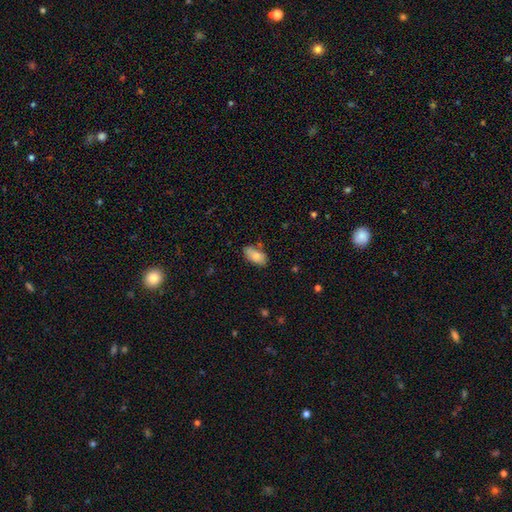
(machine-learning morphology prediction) smooth-or-featured: smooth: 81% | featured or disk: 12% | star or artifact: 7%
  how-rounded: in between: 93% | cigar-shaped: 4% | round: 3%
  merging: none: 71% | minor disturbance: 20% | merger: 6% | major disturbance: 4%